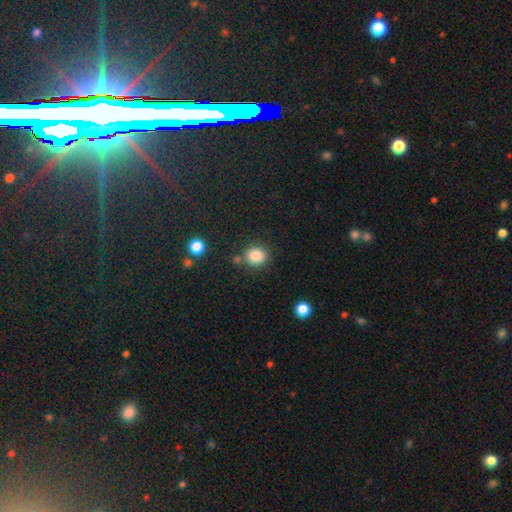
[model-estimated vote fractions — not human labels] A smooth galaxy with no disk features (84%) that is round (83%). Merging: none (77%).